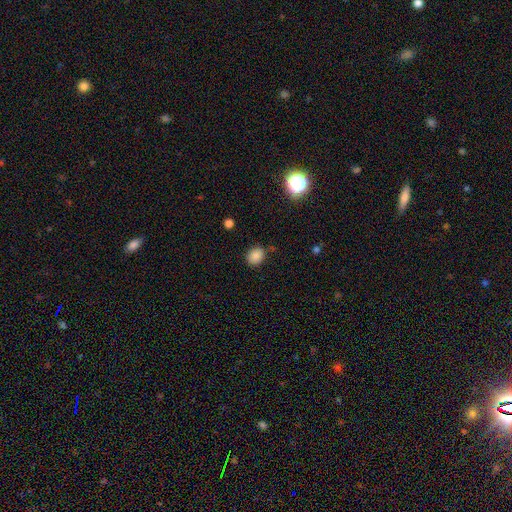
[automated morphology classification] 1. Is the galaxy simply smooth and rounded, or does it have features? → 85% smooth, 10% star or artifact, 4% featured or disk.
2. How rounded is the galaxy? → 57% round, 42% in between, 1% cigar-shaped.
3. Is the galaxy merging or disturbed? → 78% none, 15% minor disturbance, 3% major disturbance, 3% merger.